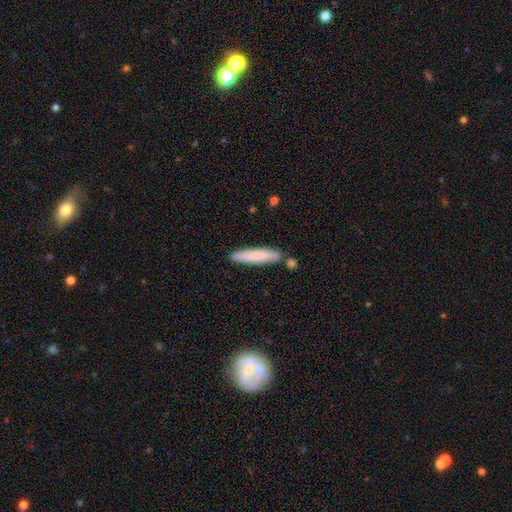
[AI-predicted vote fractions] smooth 78%, featured or disk 16%, star or artifact 6%. Down the decision tree: how rounded — cigar-shaped (87%); merging — none (79%).